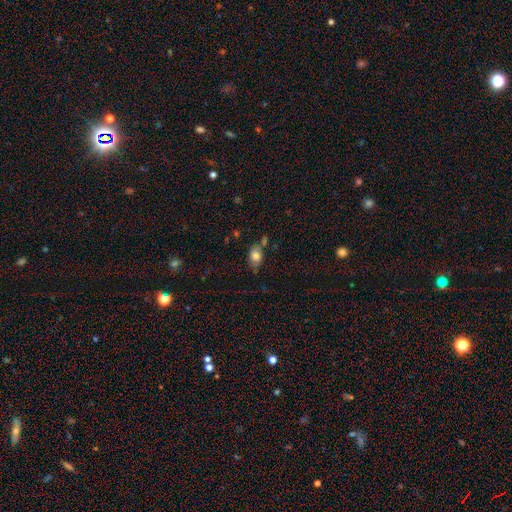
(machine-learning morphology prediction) Smooth or featured? Predicted: smooth (p=0.75). How rounded? Predicted: in between (p=0.77). Merging? Predicted: none (p=0.57).